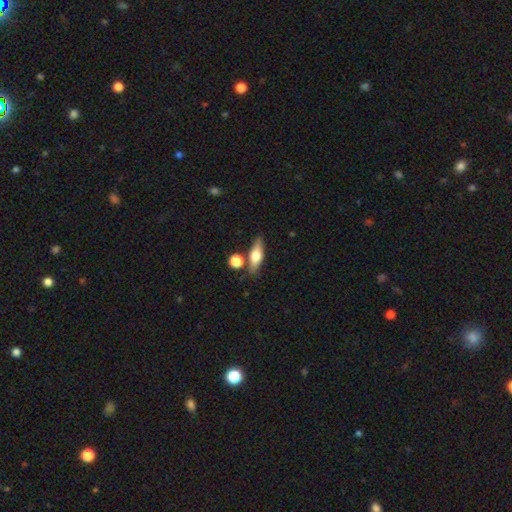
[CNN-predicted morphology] Overall: smooth (52%; featured or disk 40%). How rounded: in between (53%; cigar-shaped 40%). Merging: none (75%).